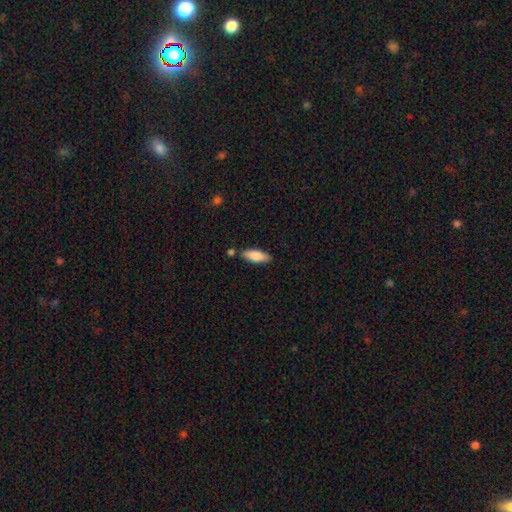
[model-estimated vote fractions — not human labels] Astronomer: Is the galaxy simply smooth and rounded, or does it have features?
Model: smooth — 82%.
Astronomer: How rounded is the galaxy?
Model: in between — 67%.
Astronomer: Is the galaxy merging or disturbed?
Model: none — 78%.